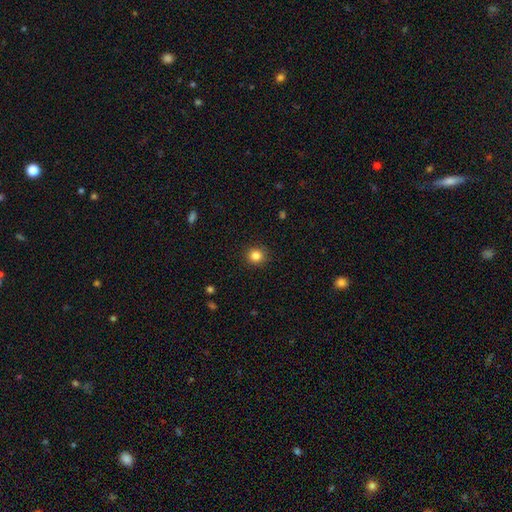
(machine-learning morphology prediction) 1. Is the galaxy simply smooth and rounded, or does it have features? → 85% smooth, 11% star or artifact, 4% featured or disk.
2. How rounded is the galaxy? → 89% round, 10% in between, 1% cigar-shaped.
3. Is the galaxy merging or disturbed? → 90% none, 7% minor disturbance, 2% major disturbance, 1% merger.